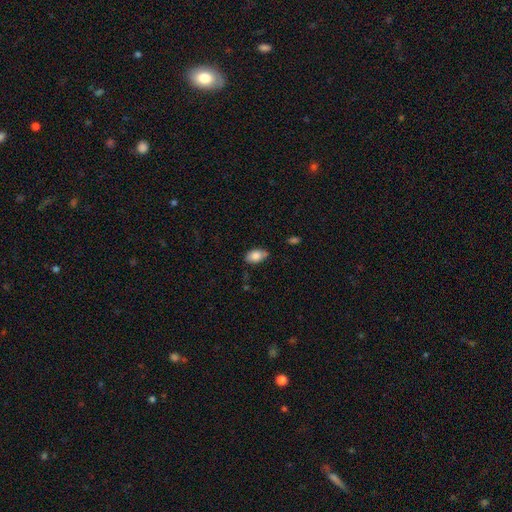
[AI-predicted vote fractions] Morphology: type=smooth (83%); roundness=in between (92%); merging=none (73%).